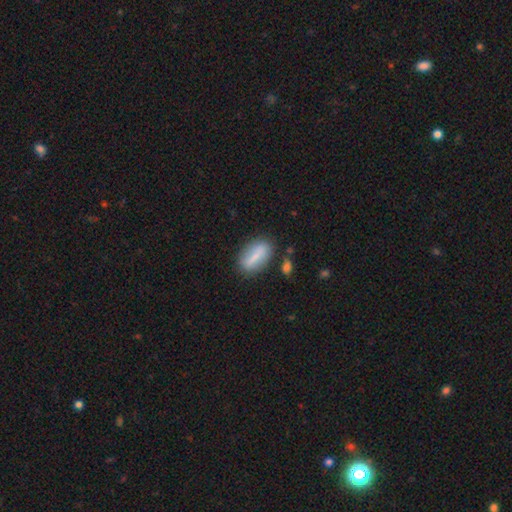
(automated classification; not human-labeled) This appears to be a smooth galaxy with no disk features (71%) that is in between round and cigar-shaped (77%). Merging: none (78%).